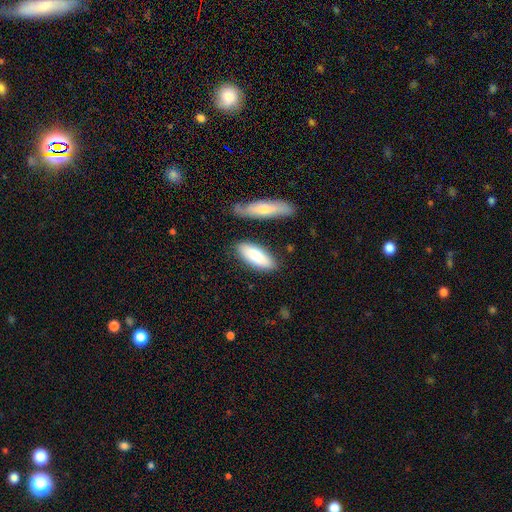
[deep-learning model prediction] Smooth or featured? Predicted: smooth (p=0.80). How rounded? Predicted: in between (p=0.67). Merging? Predicted: none (p=0.77).